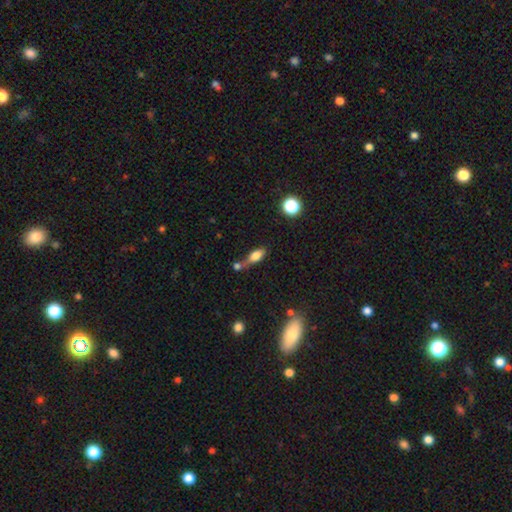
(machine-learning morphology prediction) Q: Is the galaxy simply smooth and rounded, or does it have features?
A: smooth — 72%.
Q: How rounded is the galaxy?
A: in between — 75%.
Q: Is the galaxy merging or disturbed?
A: merger — 38%.